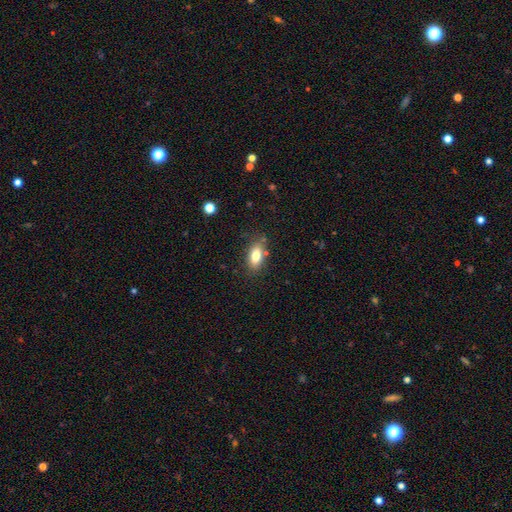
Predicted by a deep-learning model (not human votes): Smooth or featured?
  - smooth: 79% *
  - featured or disk: 13%
  - star or artifact: 8%
How rounded?
  - in between: 86% *
  - cigar-shaped: 9%
  - round: 5%
Merging?
  - none: 76% *
  - minor disturbance: 16%
  - major disturbance: 4%
  - merger: 4%